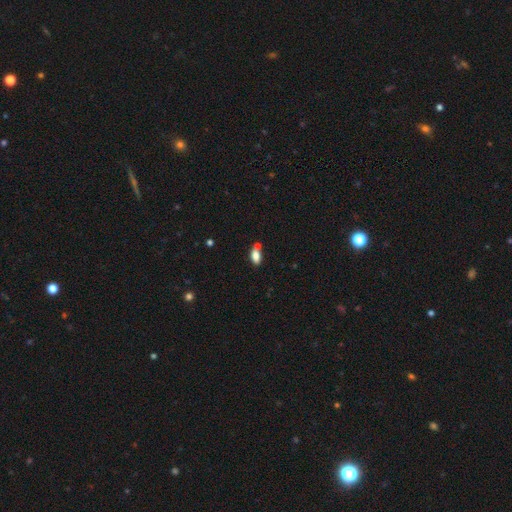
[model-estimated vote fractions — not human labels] Smooth or featured: smooth — 82% (star or artifact — 9%)
How rounded: in between — 90% (cigar-shaped — 5%)
Merging: none — 57% (merger — 24%)